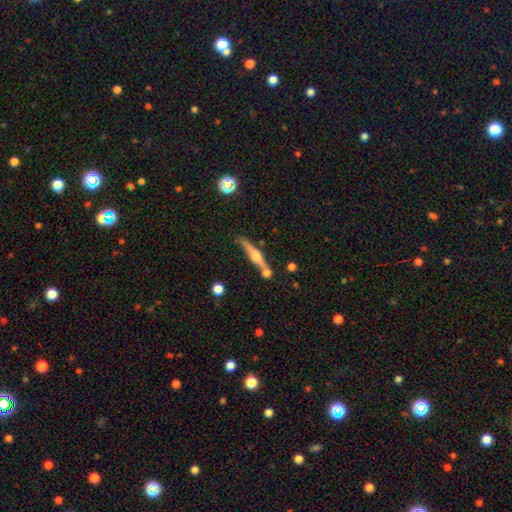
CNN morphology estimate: Overall: featured or disk (72%). Edge-on disk: yes (97%). Edge-on bulge: rounded (91%). Merging: none (70%).